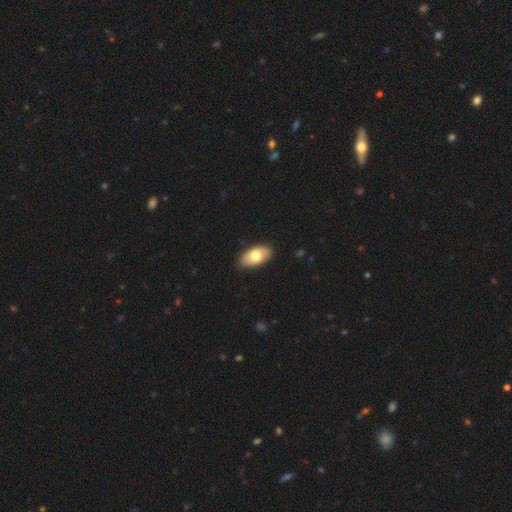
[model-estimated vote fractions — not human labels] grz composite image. It shows a smooth galaxy with no disk features (74%) that is in between round and cigar-shaped (94%). Merging: none (88%).